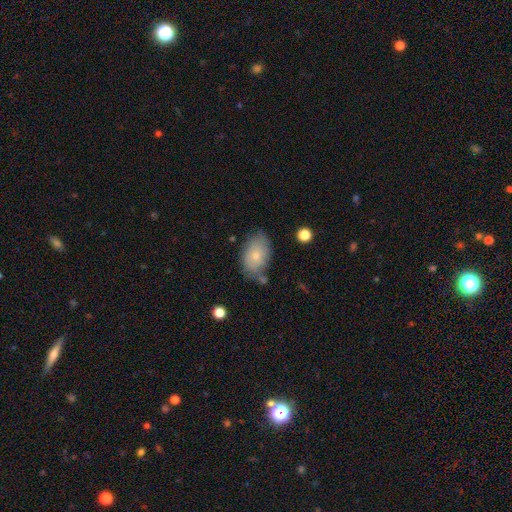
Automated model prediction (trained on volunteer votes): smooth-or-featured: smooth: 71% | featured or disk: 22% | star or artifact: 7%
  how-rounded: in between: 88% | round: 11% | cigar-shaped: 1%
  merging: none: 60% | minor disturbance: 26% | major disturbance: 7% | merger: 6%